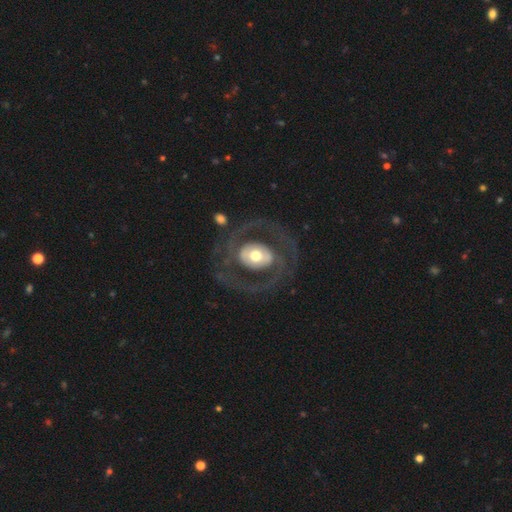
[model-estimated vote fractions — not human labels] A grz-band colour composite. It shows a featured or disk galaxy (76%) with no bar (55%), spiral arms (67%) and a moderate central bulge (61%). Merging: none (71%).